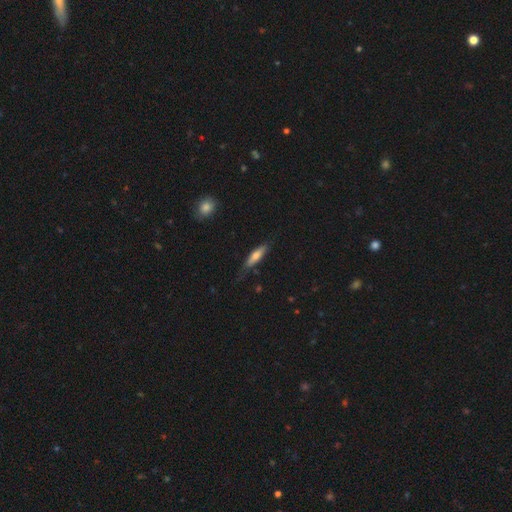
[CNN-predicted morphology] Q: Smooth or featured?
A: smooth (63%); runner-up: featured or disk (31%)
Q: How rounded?
A: cigar-shaped (69%); runner-up: in between (29%)
Q: Merging?
A: none (67%); runner-up: minor disturbance (24%)